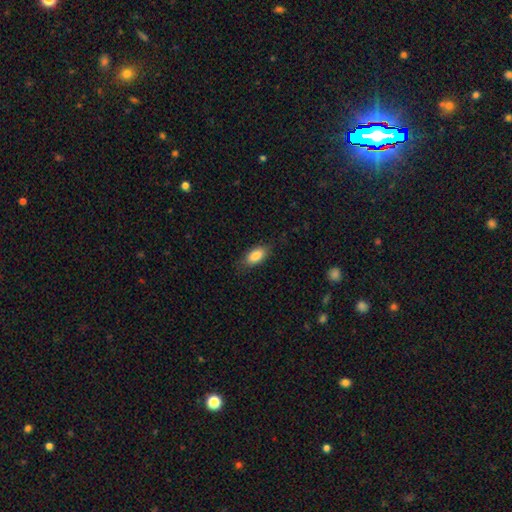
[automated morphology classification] A smooth galaxy with no disk features (85%) that is in between round and cigar-shaped (89%).

Vote fractions:
- Smooth or featured? smooth: 85% / featured or disk: 9% / star or artifact: 7%
- How rounded? in between: 89% / cigar-shaped: 6% / round: 4%
- Merging? none: 80% / minor disturbance: 15% / major disturbance: 4% / merger: 1%